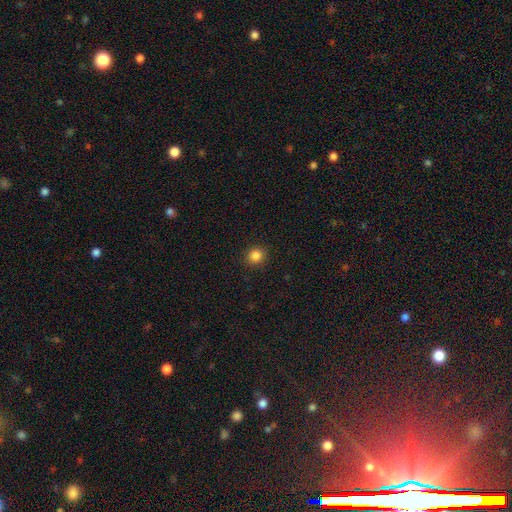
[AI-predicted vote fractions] Q: Smooth or featured?
A: smooth (84%); runner-up: star or artifact (12%)
Q: How rounded?
A: round (89%); runner-up: in between (10%)
Q: Merging?
A: none (91%); runner-up: minor disturbance (6%)